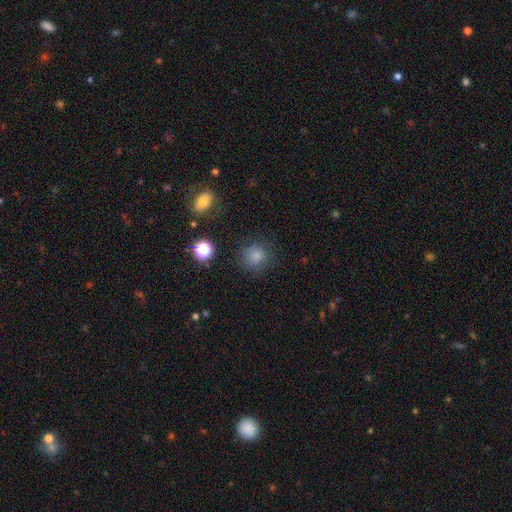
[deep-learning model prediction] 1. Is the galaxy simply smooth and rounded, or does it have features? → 78% smooth, 15% star or artifact, 7% featured or disk.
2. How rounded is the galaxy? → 87% round, 12% in between, 1% cigar-shaped.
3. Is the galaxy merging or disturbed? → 79% none, 13% minor disturbance, 5% major disturbance, 2% merger.